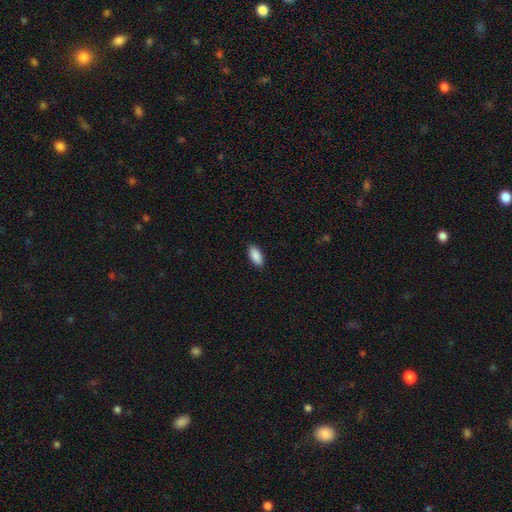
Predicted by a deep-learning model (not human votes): The model was most divided on "how rounded": in between: 89%, cigar-shaped: 9%, round: 2%. More confident: smooth or featured — smooth (90%); merging — none (88%).